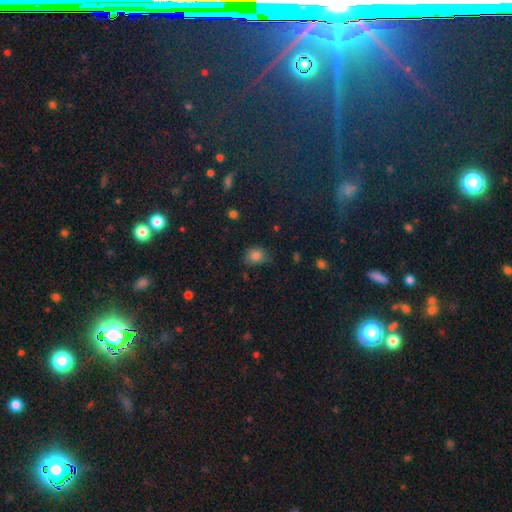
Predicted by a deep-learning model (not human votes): Overall: smooth (80%). How rounded: in between (51%; round 48%). Merging: none (60%; minor disturbance 30%).